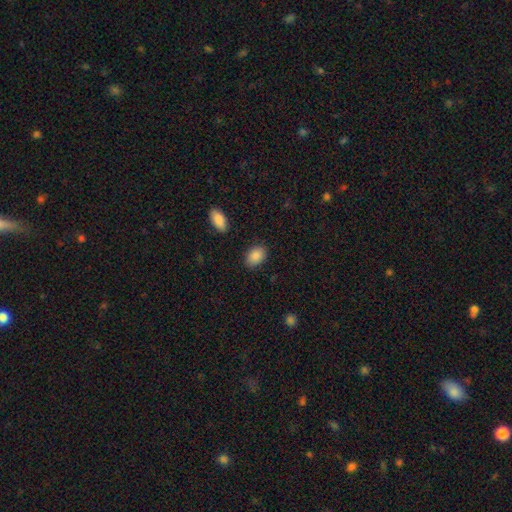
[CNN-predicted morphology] This is clearly a smooth galaxy (89%). How rounded: clearly in between (85%). Merging: clearly none (86%).